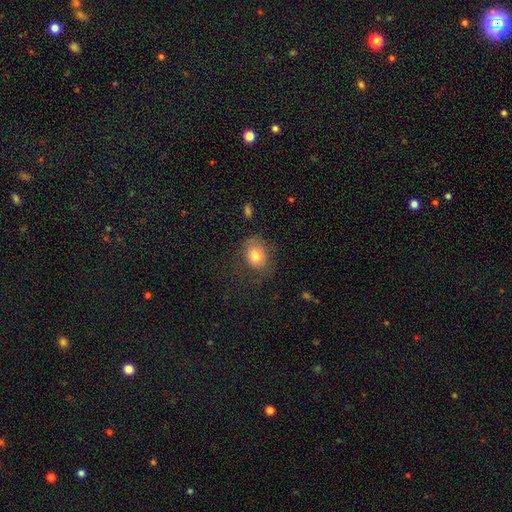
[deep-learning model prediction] The model was most divided on "how rounded": in between: 50%, round: 49%, cigar-shaped: 1%. More confident: smooth or featured — smooth (78%); merging — none (58%).